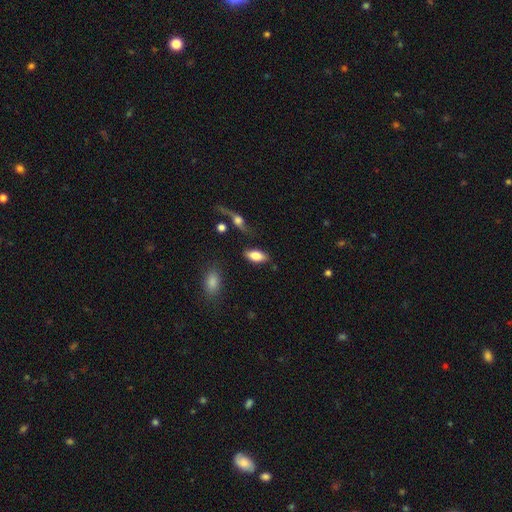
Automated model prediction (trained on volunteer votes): This is likely a smooth galaxy (76%). How rounded: clearly in between (89%). Merging: likely none (78%).